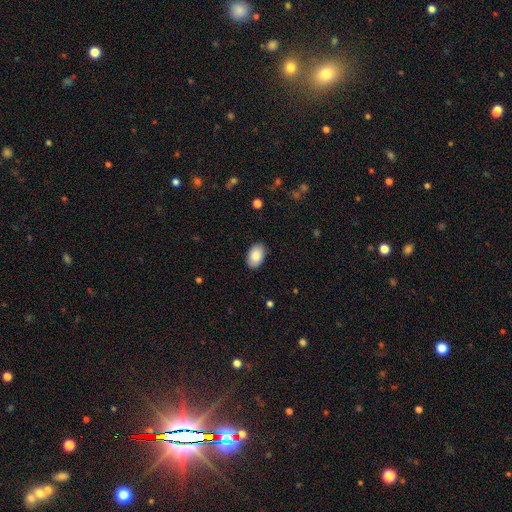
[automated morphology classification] A smooth galaxy with no disk features (87%) that is in between round and cigar-shaped (91%). Merging: none (88%).